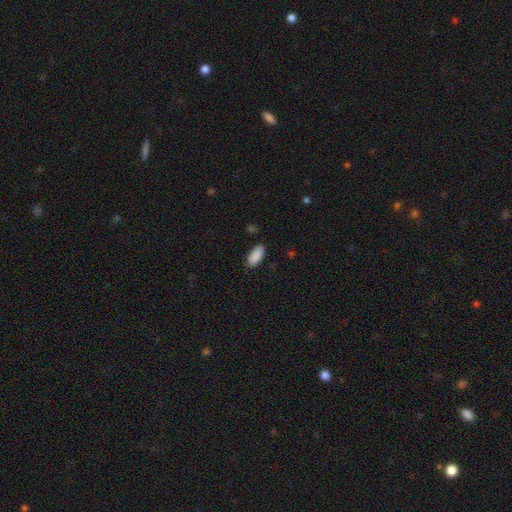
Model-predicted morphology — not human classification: Smooth or featured: smooth — 90% (star or artifact — 6%)
How rounded: in between — 90% (cigar-shaped — 8%)
Merging: none — 86% (minor disturbance — 11%)